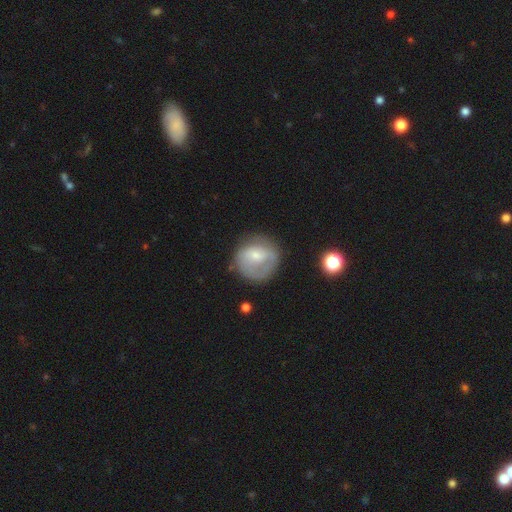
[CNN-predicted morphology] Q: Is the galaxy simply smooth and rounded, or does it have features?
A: smooth — 50%.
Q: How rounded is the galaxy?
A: round — 80%.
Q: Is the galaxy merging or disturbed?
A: none — 55%.